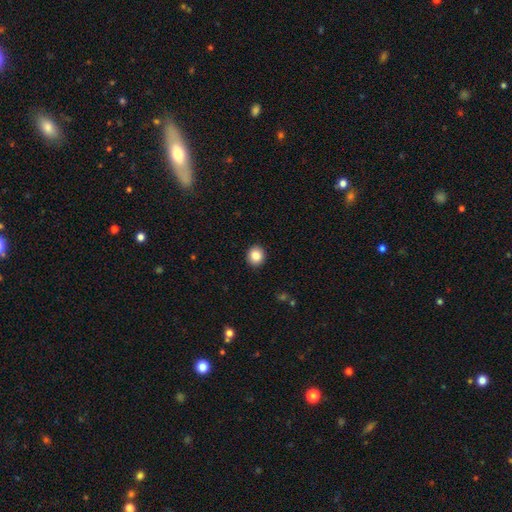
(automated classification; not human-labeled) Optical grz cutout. It shows a smooth galaxy with no disk features (85%) that is round (84%). Merging: none (92%).